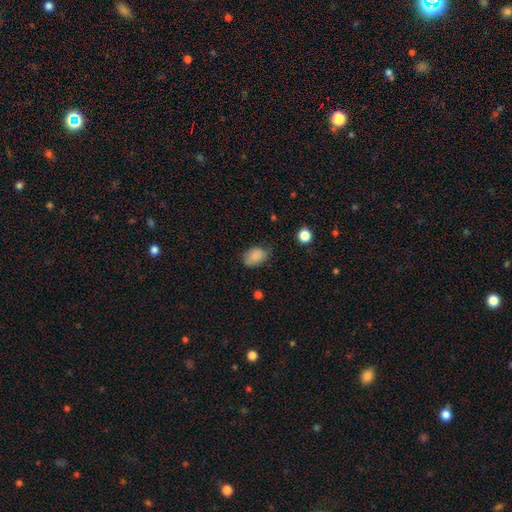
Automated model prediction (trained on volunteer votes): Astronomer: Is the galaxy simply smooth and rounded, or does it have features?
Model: smooth — 85%.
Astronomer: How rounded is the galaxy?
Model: in between — 81%.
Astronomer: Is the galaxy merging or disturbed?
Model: none — 64%.